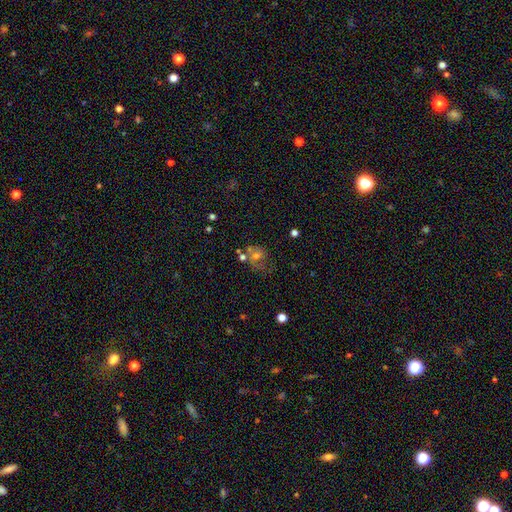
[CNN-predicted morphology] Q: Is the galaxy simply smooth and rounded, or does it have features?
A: featured or disk — 40%.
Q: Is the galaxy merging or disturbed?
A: none — 41%.